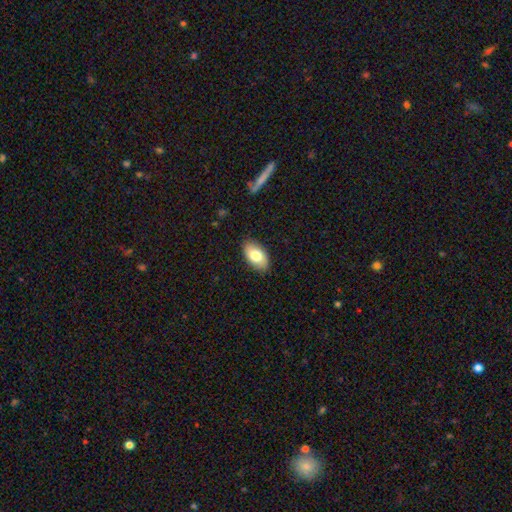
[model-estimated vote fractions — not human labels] The model was most divided on "smooth or featured": smooth: 78%, featured or disk: 16%, star or artifact: 6%. More confident: how rounded — in between (94%); merging — none (86%).